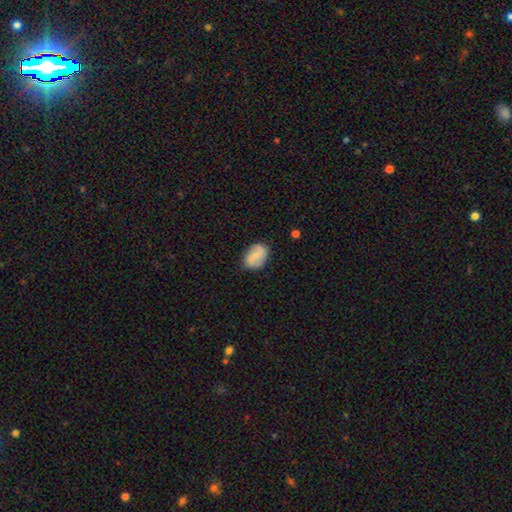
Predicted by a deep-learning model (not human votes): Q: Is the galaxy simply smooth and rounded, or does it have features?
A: featured or disk — 48%.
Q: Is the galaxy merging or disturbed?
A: none — 80%.